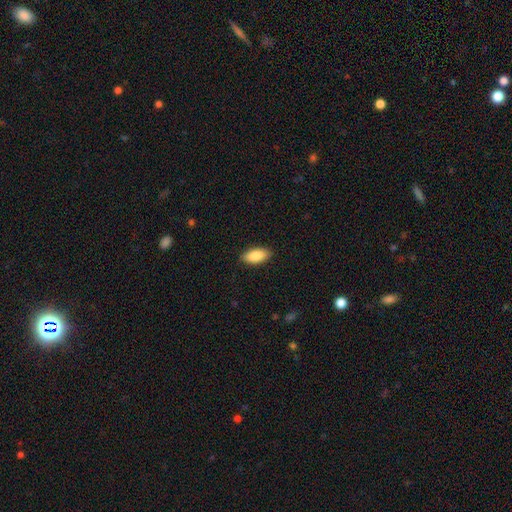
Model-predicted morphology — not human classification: Smooth or featured? Predicted: smooth (p=0.89). How rounded? Predicted: in between (p=0.90). Merging? Predicted: none (p=0.89).